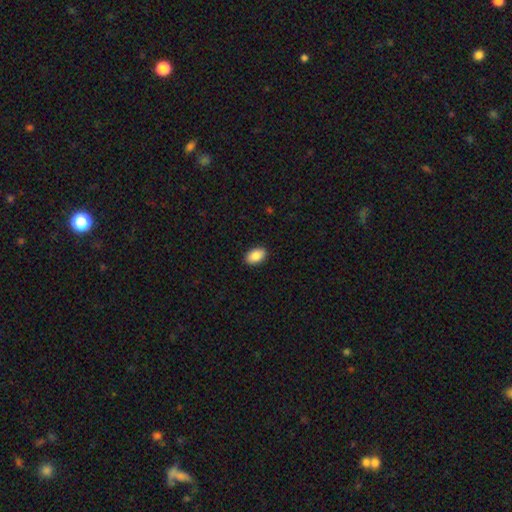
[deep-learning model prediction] This is clearly a smooth galaxy (87%). How rounded: clearly in between (93%). Merging: clearly none (90%).